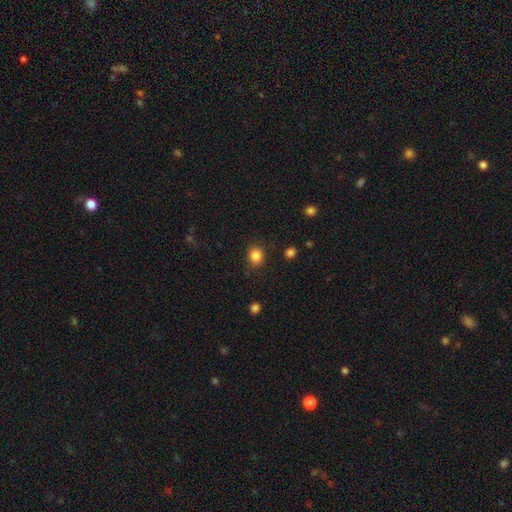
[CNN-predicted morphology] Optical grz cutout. It shows a smooth galaxy with no disk features (85%) that is round (74%). Merging: none (86%).